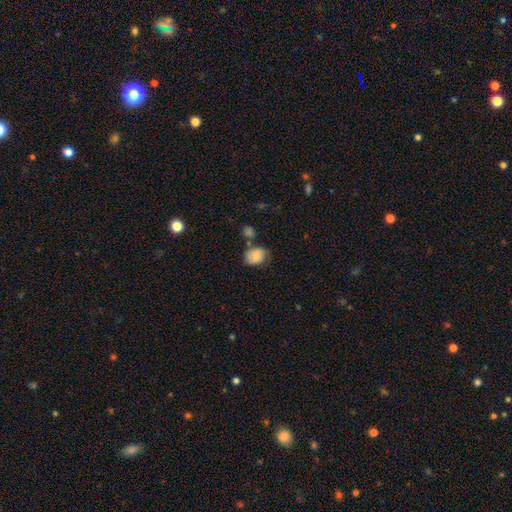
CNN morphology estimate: The model was most divided on "how rounded": in between: 55%, round: 44%, cigar-shaped: 1%. More confident: smooth or featured — smooth (69%); merging — none (56%).